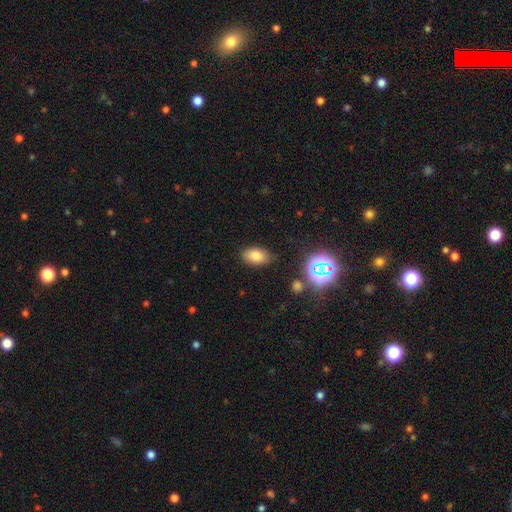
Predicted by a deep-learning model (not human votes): smooth-or-featured: smooth: 78% | star or artifact: 14% | featured or disk: 8%
  how-rounded: in between: 90% | round: 8% | cigar-shaped: 2%
  merging: none: 80% | minor disturbance: 14% | major disturbance: 4% | merger: 2%